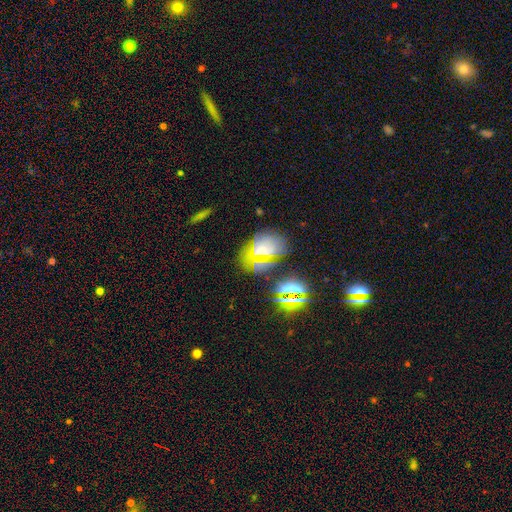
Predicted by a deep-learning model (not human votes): Smooth or featured?
  - smooth: 49% *
  - star or artifact: 31%
  - featured or disk: 21%
Merging?
  - none: 68% *
  - minor disturbance: 18%
  - major disturbance: 8%
  - merger: 6%